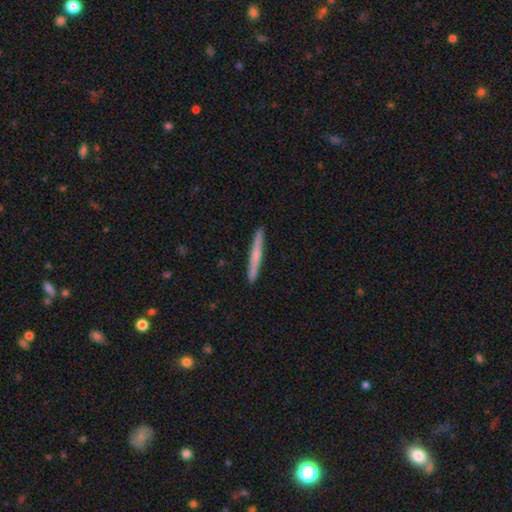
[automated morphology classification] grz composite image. It shows a smooth galaxy with no disk features (57%) that is cigar-shaped (97%). Merging: none (92%).